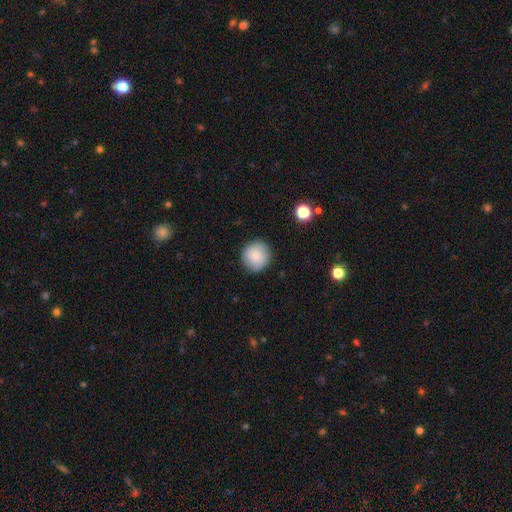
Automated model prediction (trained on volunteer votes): Smooth or featured? Predicted: smooth (p=0.78). How rounded? Predicted: round (p=0.93). Merging? Predicted: none (p=0.86).